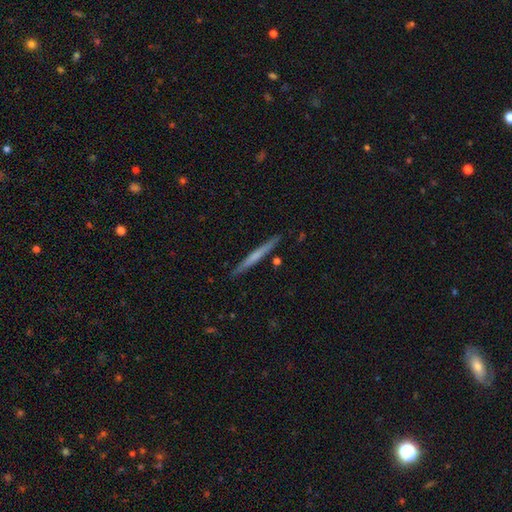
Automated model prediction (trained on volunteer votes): Morphology: type=smooth (48%); merging=none (90%).